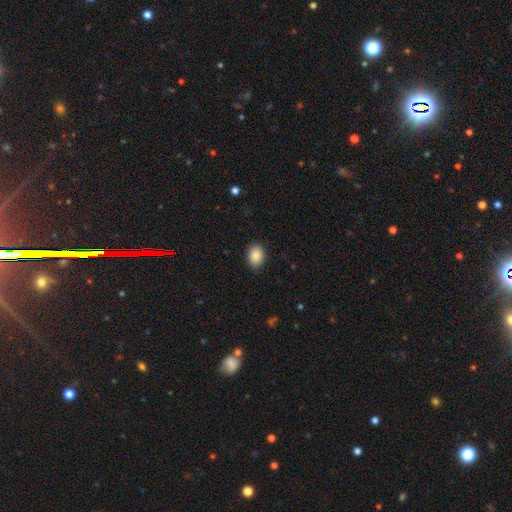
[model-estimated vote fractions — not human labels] smooth_or_featured: smooth (p=0.88) [alt: star or artifact p=0.08]
how_rounded: in between (p=0.72) [alt: round p=0.27]
merging: none (p=0.87) [alt: minor disturbance p=0.10]